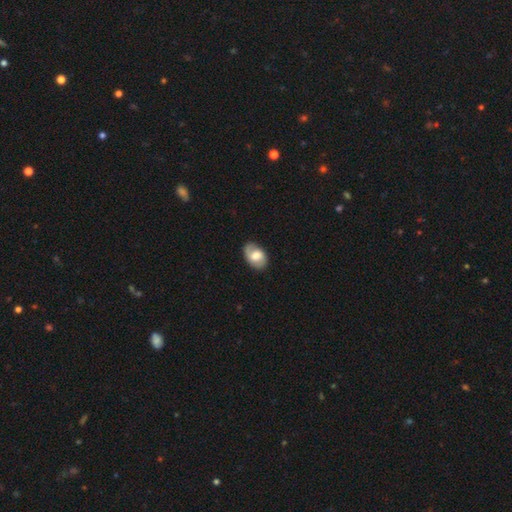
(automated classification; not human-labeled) Smooth or featured: smooth — 57% (featured or disk — 36%)
How rounded: in between — 87% (round — 12%)
Merging: none — 76% (minor disturbance — 18%)